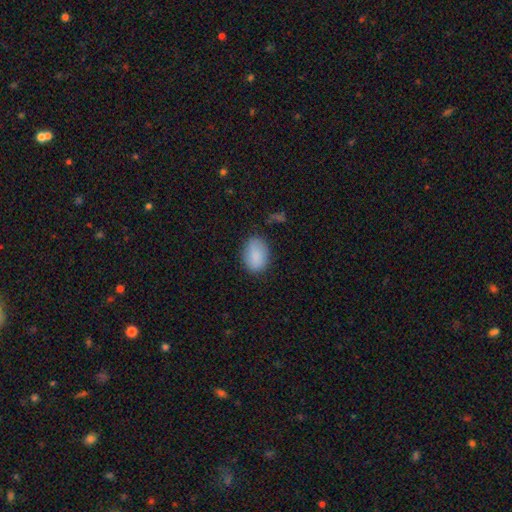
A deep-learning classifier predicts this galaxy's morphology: Smooth or featured: smooth — 87% (star or artifact — 7%)
How rounded: in between — 79% (round — 20%)
Merging: none — 76% (minor disturbance — 18%)